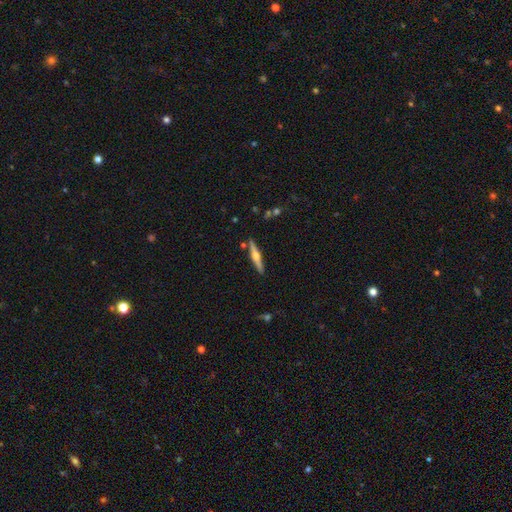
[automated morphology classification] Smooth or featured?
  - featured or disk: 72% *
  - smooth: 22%
  - star or artifact: 6%
Edge-on disk?
  - yes: 98% *
  - no: 2%
Edge-on bulge?
  - rounded: 94% *
  - boxy: 4%
  - none: 2%
Merging?
  - none: 89% *
  - minor disturbance: 7%
  - merger: 3%
  - major disturbance: 2%